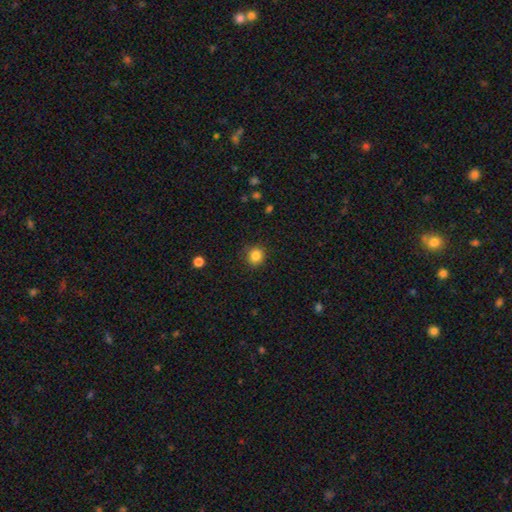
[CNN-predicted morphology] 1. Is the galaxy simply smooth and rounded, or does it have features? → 84% smooth, 11% star or artifact, 4% featured or disk.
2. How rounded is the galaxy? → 86% round, 14% in between, 1% cigar-shaped.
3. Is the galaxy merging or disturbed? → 88% none, 8% minor disturbance, 3% major disturbance, 1% merger.